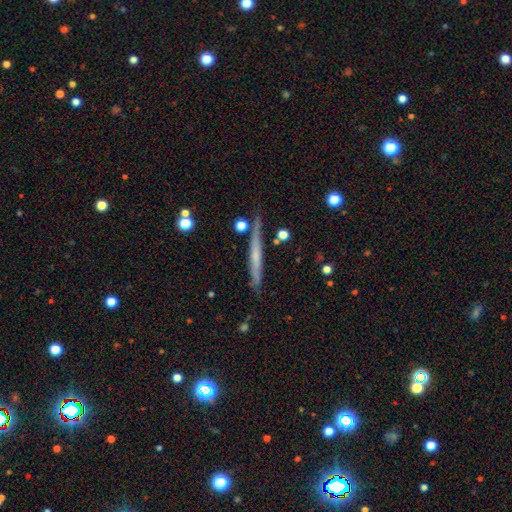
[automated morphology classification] Overall: featured or disk (53%; smooth 40%). Edge-on disk: yes (95%). Edge-on bulge: none (71%). Merging: none (82%).